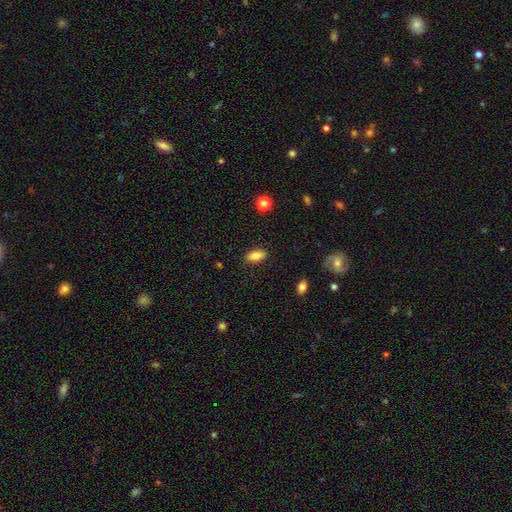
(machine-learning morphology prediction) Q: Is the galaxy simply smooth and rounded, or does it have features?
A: smooth — 85%.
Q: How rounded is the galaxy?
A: in between — 87%.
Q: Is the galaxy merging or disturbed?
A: none — 86%.